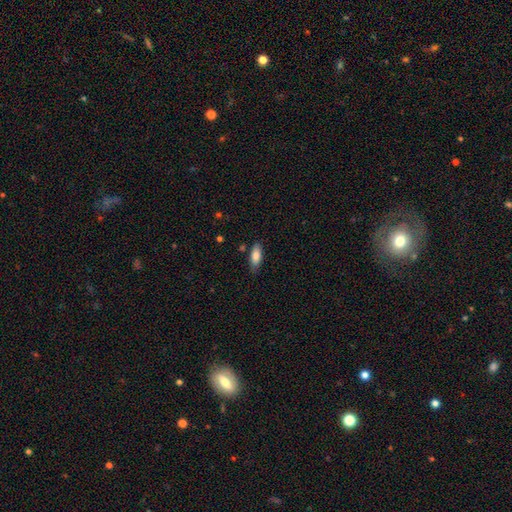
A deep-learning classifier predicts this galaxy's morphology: A smooth galaxy with no disk features (81%) that is in between round and cigar-shaped (75%). Merging: none (80%).